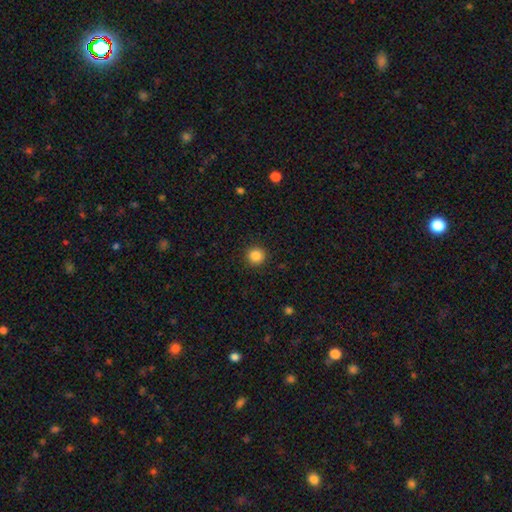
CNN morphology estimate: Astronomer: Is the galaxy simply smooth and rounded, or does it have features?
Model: smooth — 86%.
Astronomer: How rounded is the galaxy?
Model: round — 95%.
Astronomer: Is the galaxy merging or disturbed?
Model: none — 92%.